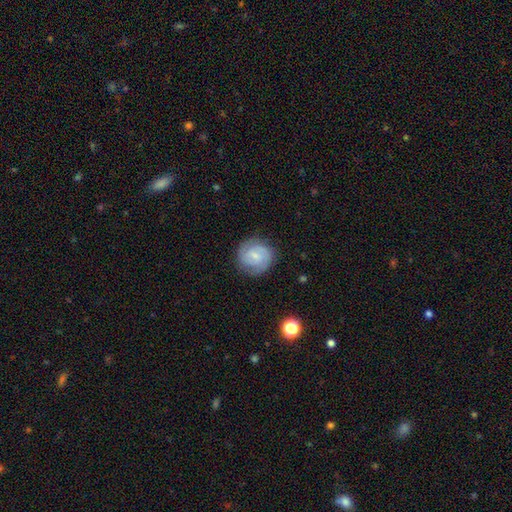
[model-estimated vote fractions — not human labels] A featured or disk galaxy (60%) with a weak bar (48%), 2 (64%) tight (57%) spiral arms (89%) and a small central bulge (67%).

Vote fractions:
- Smooth or featured? featured or disk: 60% / smooth: 34% / star or artifact: 7%
- Edge-on disk? no: 98% / yes: 2%
- Bar? weak: 48% / no: 43% / strong: 9%
- Spiral arms? yes: 89% / no: 11%
- Spiral winding? tight: 57% / medium: 34% / loose: 9%
- Spiral arm count? 2: 64% / can't tell: 19% / 3: 8% / 1: 4% / 4: 2% / more than 4: 2%
- Bulge size? small: 67% / moderate: 23% / none: 7% / large: 1% / dominant: 1%
- Merging? none: 80% / minor disturbance: 14% / major disturbance: 4% / merger: 1%